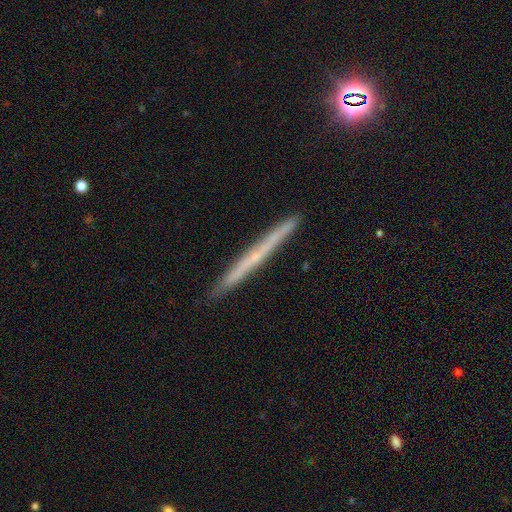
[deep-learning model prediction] A featured or disk galaxy (54%) viewed edge-on (97%) with no central bulge (83%). Merging: none (91%).